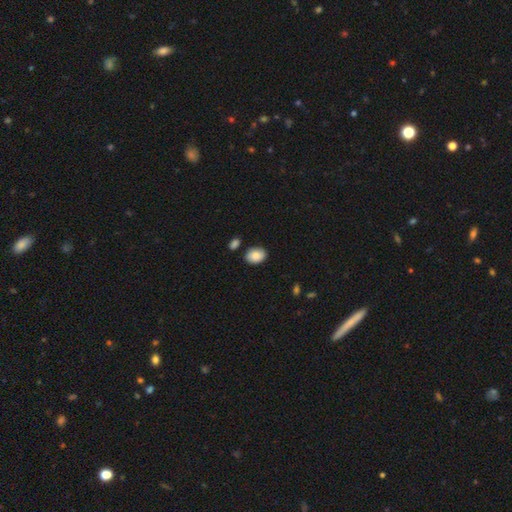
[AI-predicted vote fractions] Q: Smooth or featured?
A: smooth (87%); runner-up: star or artifact (7%)
Q: How rounded?
A: in between (74%); runner-up: round (25%)
Q: Merging?
A: none (82%); runner-up: minor disturbance (11%)